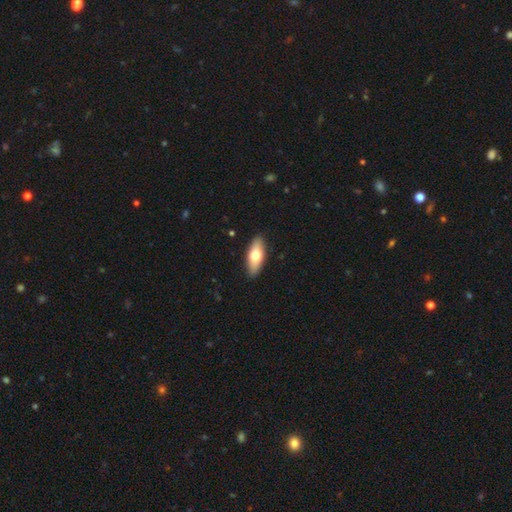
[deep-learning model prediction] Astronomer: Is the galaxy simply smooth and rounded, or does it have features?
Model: smooth — 65%.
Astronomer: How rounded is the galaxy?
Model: in between — 77%.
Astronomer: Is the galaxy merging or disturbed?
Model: none — 89%.